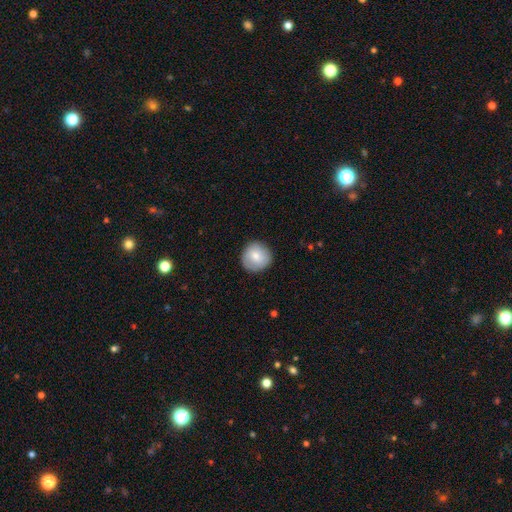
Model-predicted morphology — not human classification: Q: Smooth or featured?
A: smooth (75%); runner-up: featured or disk (18%)
Q: How rounded?
A: round (93%); runner-up: in between (6%)
Q: Merging?
A: none (86%); runner-up: minor disturbance (11%)